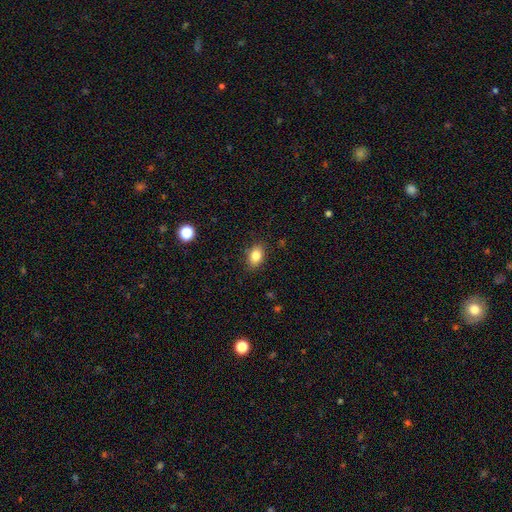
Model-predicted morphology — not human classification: Overall: smooth (83%). How rounded: in between (81%). Merging: none (85%).